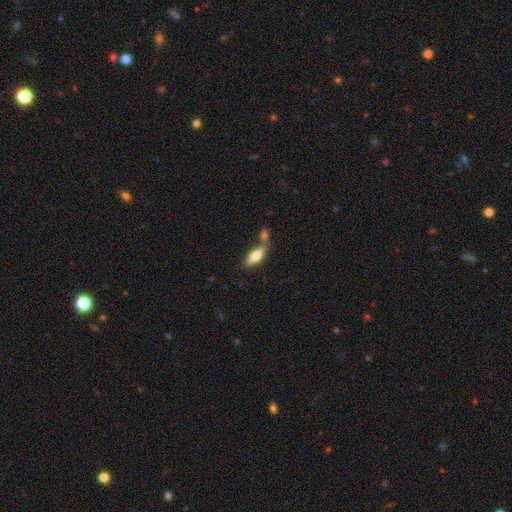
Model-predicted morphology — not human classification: This appears to be a smooth galaxy with no disk features (73%) that is in between round and cigar-shaped (68%). Merging: none (48%).